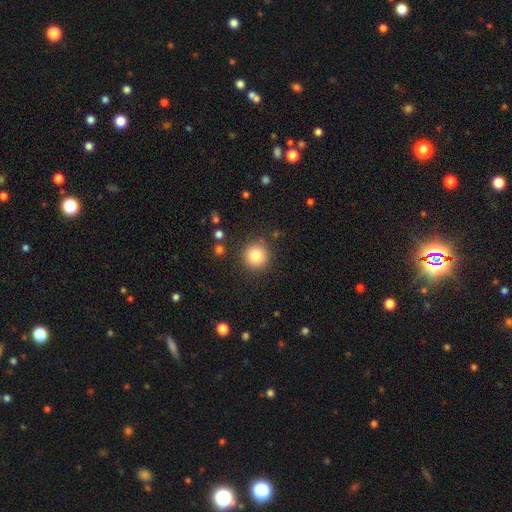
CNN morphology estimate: The model was most divided on "smooth or featured": smooth: 83%, star or artifact: 10%, featured or disk: 7%. More confident: how rounded — round (94%); merging — none (88%).